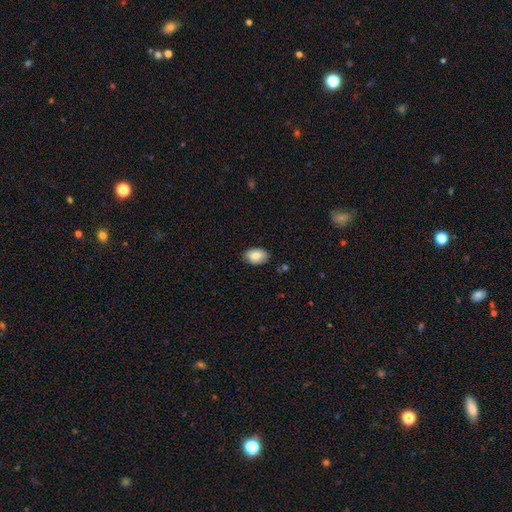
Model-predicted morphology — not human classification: Smooth or featured? Predicted: smooth (p=0.80). How rounded? Predicted: in between (p=0.87). Merging? Predicted: none (p=0.83).